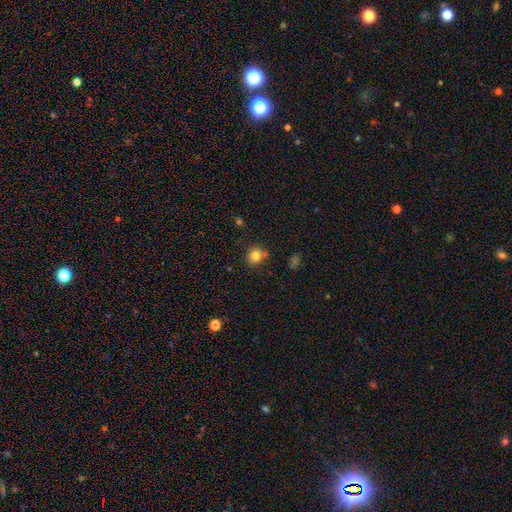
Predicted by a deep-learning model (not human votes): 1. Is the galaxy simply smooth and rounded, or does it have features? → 82% smooth, 11% star or artifact, 7% featured or disk.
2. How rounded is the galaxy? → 82% round, 17% in between, 1% cigar-shaped.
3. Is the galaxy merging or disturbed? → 75% none, 15% minor disturbance, 7% merger, 3% major disturbance.